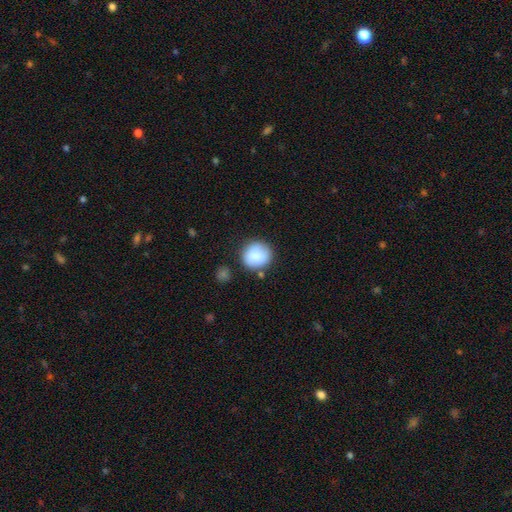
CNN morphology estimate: Smooth or featured? smooth (85%)
How rounded? round (88%)
Merging? none (76%)